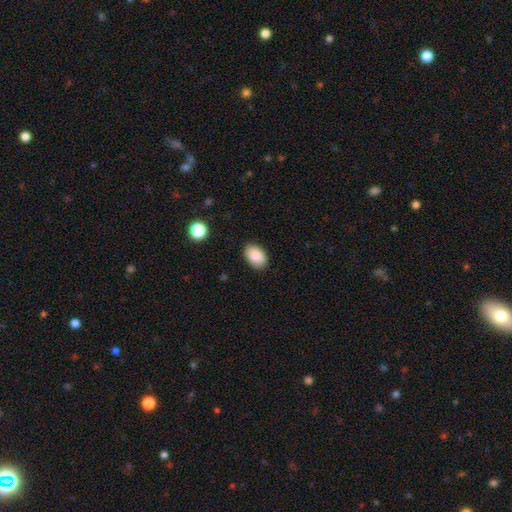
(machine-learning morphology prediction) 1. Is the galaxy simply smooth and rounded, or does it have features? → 89% smooth, 7% star or artifact, 4% featured or disk.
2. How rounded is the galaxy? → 89% in between, 10% round, 1% cigar-shaped.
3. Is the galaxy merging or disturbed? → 87% none, 10% minor disturbance, 2% major disturbance, 1% merger.